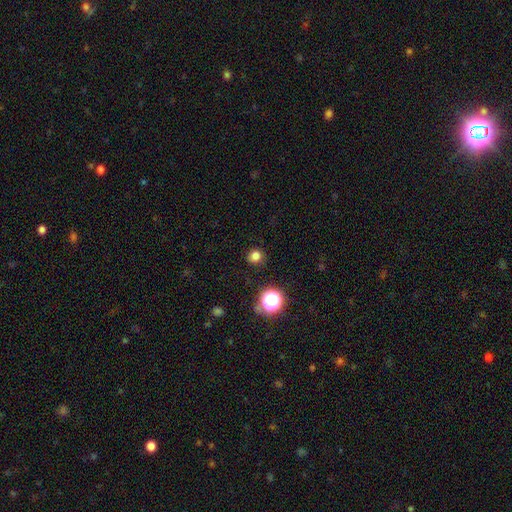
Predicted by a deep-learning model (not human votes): A smooth galaxy with no disk features (79%) that is round (88%).

Vote fractions:
- Smooth or featured? smooth: 79% / star or artifact: 17% / featured or disk: 5%
- How rounded? round: 88% / in between: 11% / cigar-shaped: 1%
- Merging? none: 88% / minor disturbance: 8% / major disturbance: 3% / merger: 1%